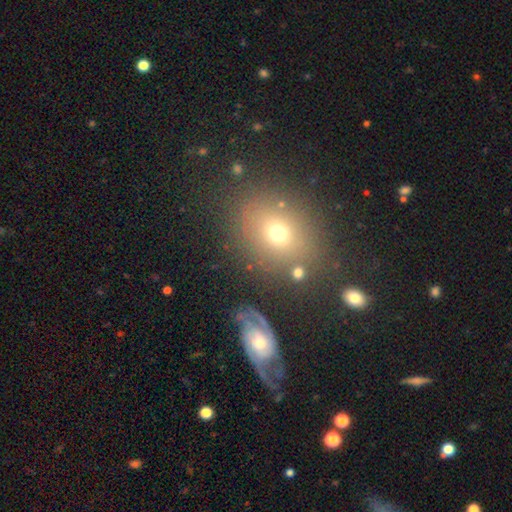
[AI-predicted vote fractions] smooth 54%, star or artifact 27%, featured or disk 20%. Down the decision tree: how rounded — round (55%); merging — none (74%).